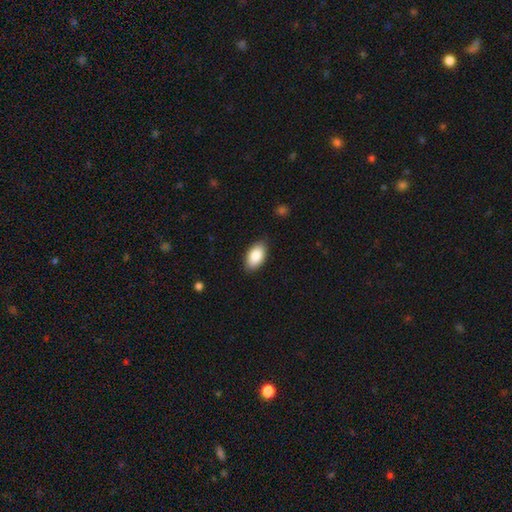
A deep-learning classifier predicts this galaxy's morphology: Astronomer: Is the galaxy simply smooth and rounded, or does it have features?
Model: smooth — 87%.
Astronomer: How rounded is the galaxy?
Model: in between — 95%.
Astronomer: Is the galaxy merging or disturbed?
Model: none — 85%.